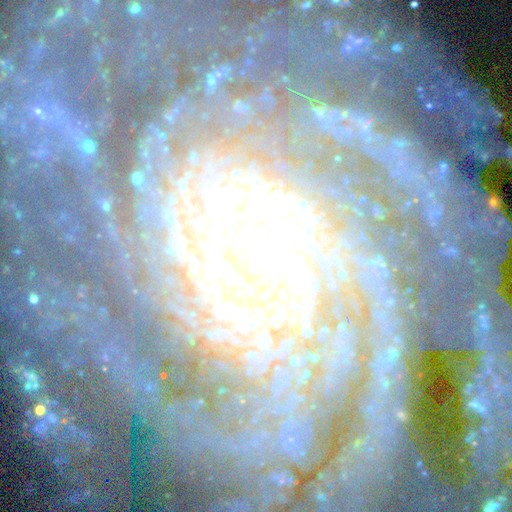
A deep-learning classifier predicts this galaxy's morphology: type=featured or disk (90%); edge-on=no (97%); bar=no (63%); spiral arms=yes (98%); winding=tight (74%); arm count=more than 4 (22%); bulge=small (54%); merging=none (71%).